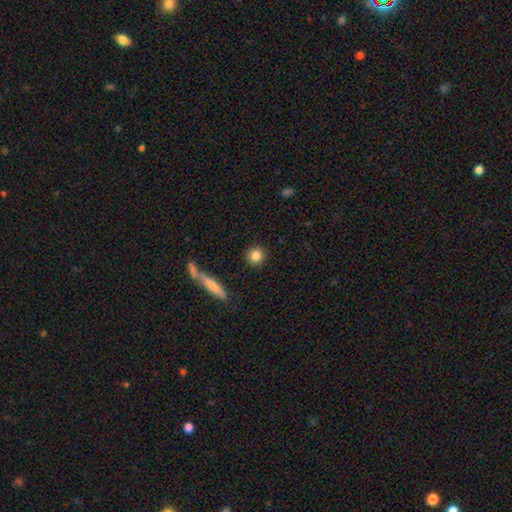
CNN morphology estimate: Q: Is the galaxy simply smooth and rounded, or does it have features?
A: smooth — 84%.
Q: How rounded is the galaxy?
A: round — 90%.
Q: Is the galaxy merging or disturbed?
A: none — 89%.